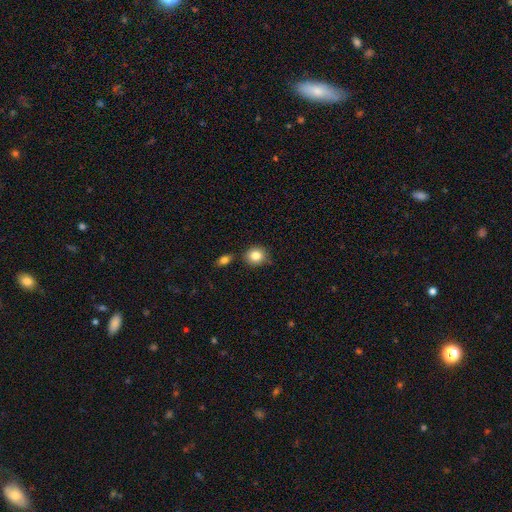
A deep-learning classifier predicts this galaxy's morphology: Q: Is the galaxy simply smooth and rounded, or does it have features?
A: smooth — 84%.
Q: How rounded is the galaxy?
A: round — 80%.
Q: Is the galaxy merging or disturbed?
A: none — 80%.